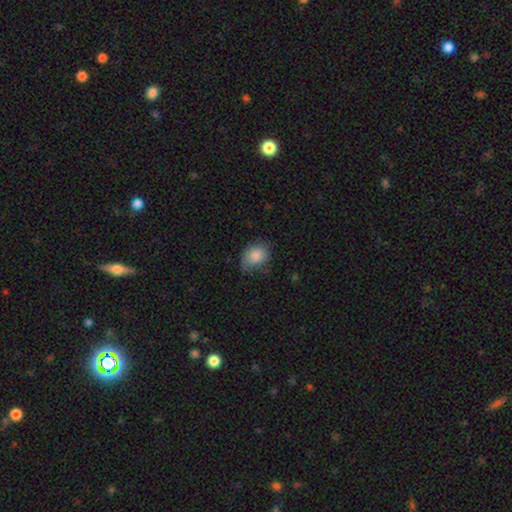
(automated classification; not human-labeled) smooth 84%, featured or disk 8%, star or artifact 8%. Down the decision tree: how rounded — in between (66%); merging — none (58%).